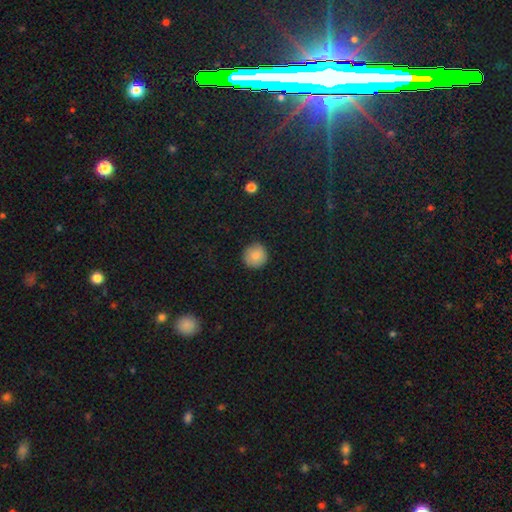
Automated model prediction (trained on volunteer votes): smooth_or_featured: smooth (p=0.84) [alt: star or artifact p=0.09]
how_rounded: round (p=0.95) [alt: in between p=0.04]
merging: none (p=0.91) [alt: minor disturbance p=0.07]